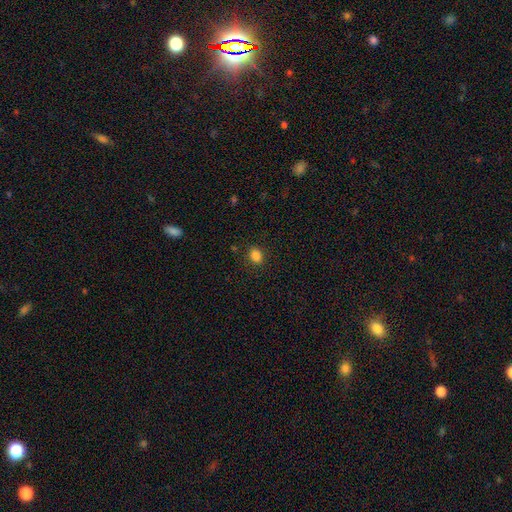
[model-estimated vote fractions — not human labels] Smooth or featured: smooth — 85% (star or artifact — 12%)
How rounded: in between — 60% (round — 39%)
Merging: none — 88% (minor disturbance — 9%)